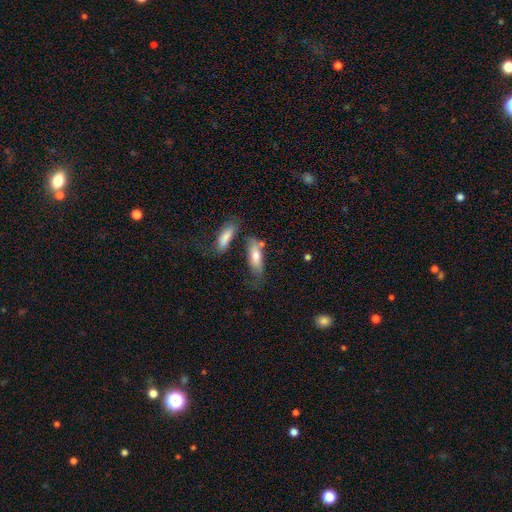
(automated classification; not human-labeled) A smooth galaxy with no disk features (71%) that is in between round and cigar-shaped (61%).

Vote fractions:
- Smooth or featured? smooth: 71% / featured or disk: 22% / star or artifact: 7%
- How rounded? in between: 61% / cigar-shaped: 37% / round: 2%
- Merging? none: 48% / minor disturbance: 24% / merger: 17% / major disturbance: 11%